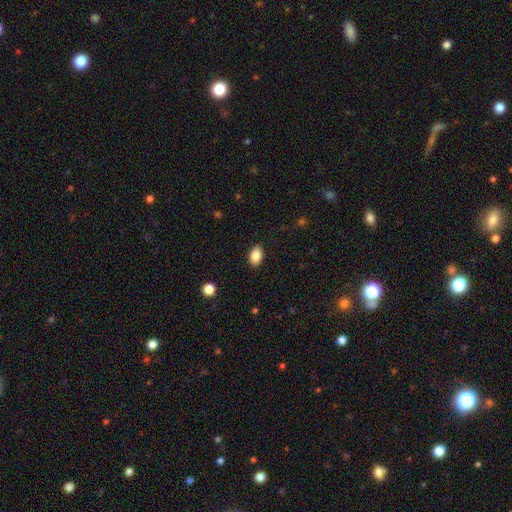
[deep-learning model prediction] Smooth or featured?
  - smooth: 85% *
  - star or artifact: 8%
  - featured or disk: 6%
How rounded?
  - in between: 90% *
  - round: 8%
  - cigar-shaped: 1%
Merging?
  - none: 89% *
  - minor disturbance: 8%
  - major disturbance: 2%
  - merger: 1%